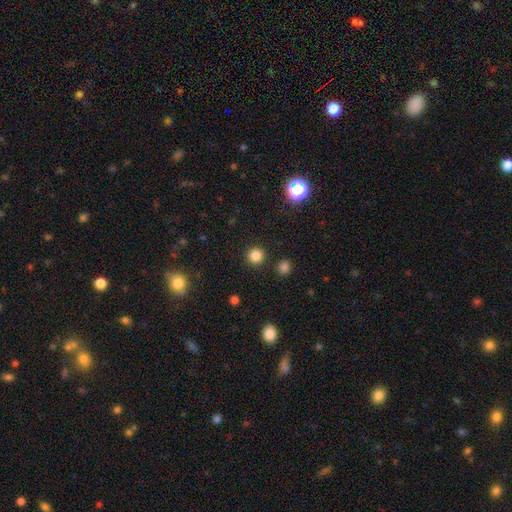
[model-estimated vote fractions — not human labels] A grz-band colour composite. It shows a smooth galaxy with no disk features (84%) that is round (95%). Merging: none (91%).